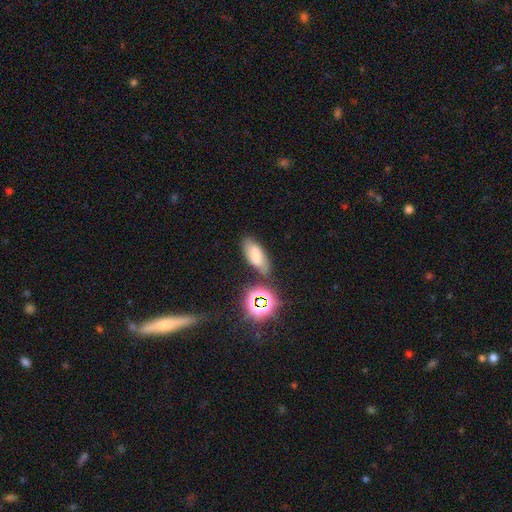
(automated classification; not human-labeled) Smooth or featured? smooth (65%)
How rounded? in between (81%)
Merging? none (65%)